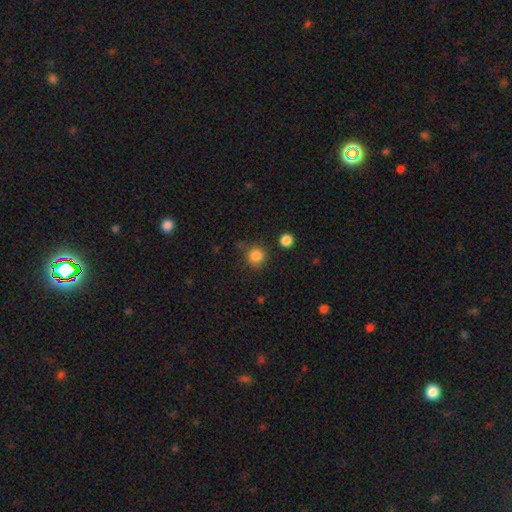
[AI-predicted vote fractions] smooth_or_featured: smooth (p=0.85) [alt: star or artifact p=0.11]
how_rounded: round (p=0.92) [alt: in between p=0.07]
merging: none (p=0.79) [alt: minor disturbance p=0.12]